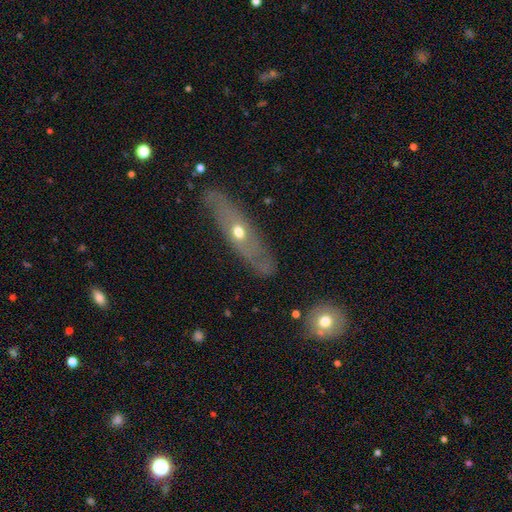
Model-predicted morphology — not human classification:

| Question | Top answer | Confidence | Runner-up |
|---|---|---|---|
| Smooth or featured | featured or disk | 67% | smooth (25%) |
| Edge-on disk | yes | 52% | no (48%) |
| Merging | none | 80% | minor disturbance (14%) |